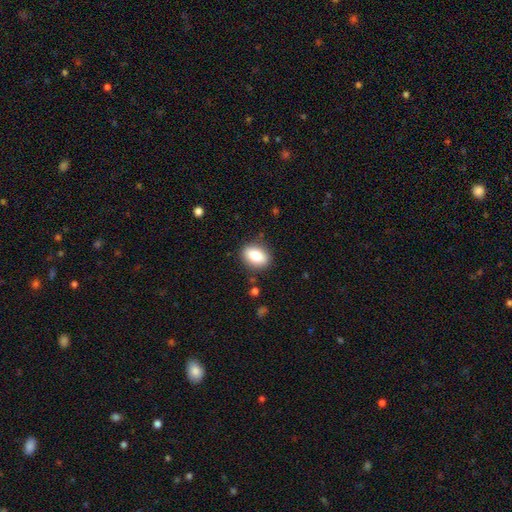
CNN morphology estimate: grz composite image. It shows a smooth galaxy with no disk features (80%) that is in between round and cigar-shaped (77%). Merging: none (85%).